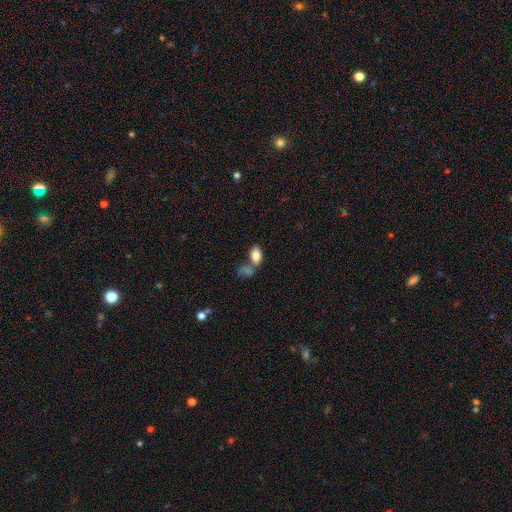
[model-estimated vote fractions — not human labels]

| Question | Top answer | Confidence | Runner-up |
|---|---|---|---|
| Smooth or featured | smooth | 83% | featured or disk (9%) |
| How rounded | in between | 92% | round (6%) |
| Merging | merger | 43% | none (38%) |